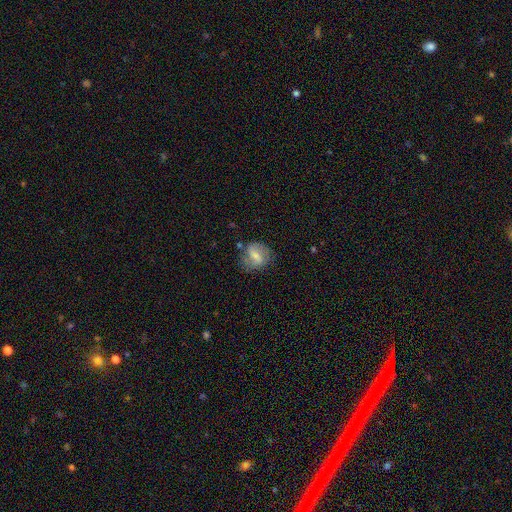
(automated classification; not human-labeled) This is possibly a featured or disk galaxy (47%). Merging: likely none (61%).